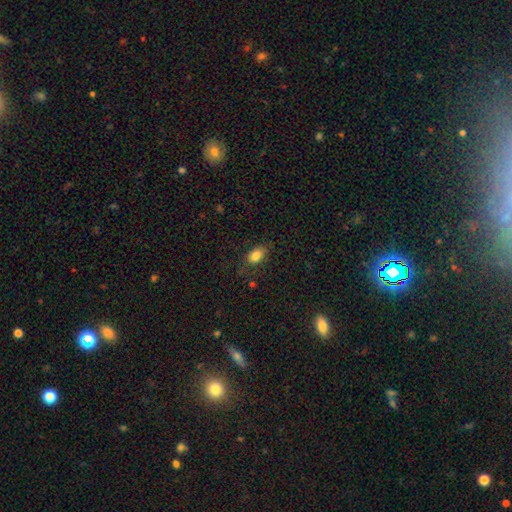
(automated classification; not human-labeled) This appears to be a smooth galaxy with no disk features (84%) that is in between round and cigar-shaped (87%). Merging: none (75%).